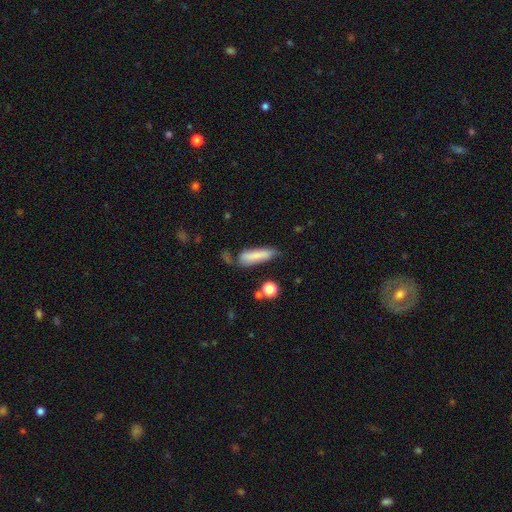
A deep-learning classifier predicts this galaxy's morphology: smooth 77%, featured or disk 15%, star or artifact 8%. Down the decision tree: how rounded — cigar-shaped (71%); merging — none (58%).